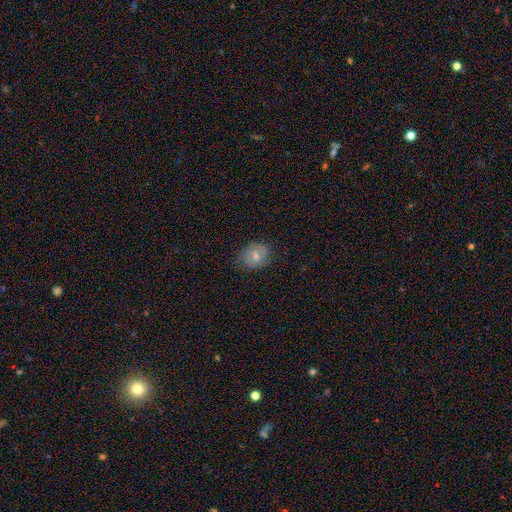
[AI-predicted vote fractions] Smooth or featured: smooth — 63% (featured or disk — 29%)
How rounded: round — 57% (in between — 41%)
Merging: none — 74% (minor disturbance — 20%)